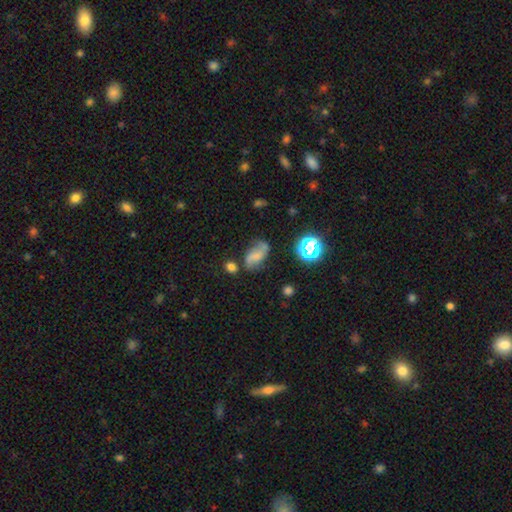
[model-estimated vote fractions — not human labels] Overall: featured or disk (45%; smooth 40%). Merging: none (53%; minor disturbance 25%).